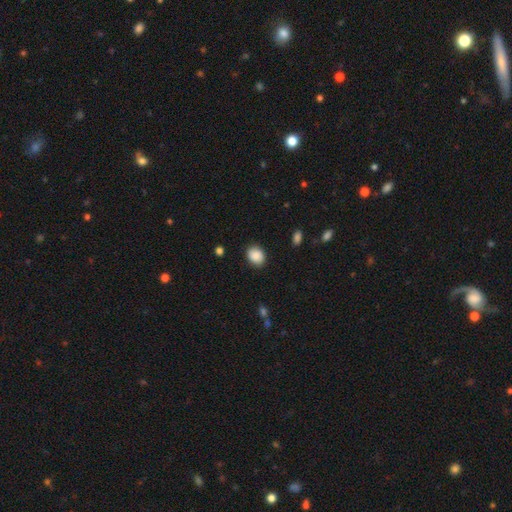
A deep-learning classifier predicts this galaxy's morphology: smooth_or_featured: smooth (p=0.89) [alt: star or artifact p=0.07]
how_rounded: in between (p=0.53) [alt: round p=0.46]
merging: none (p=0.87) [alt: minor disturbance p=0.10]